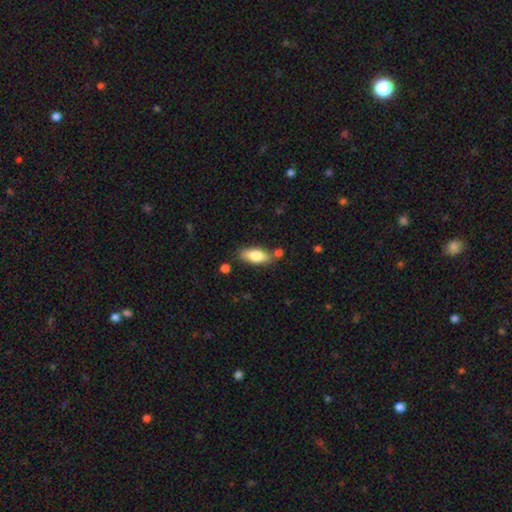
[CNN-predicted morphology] A smooth galaxy with no disk features (77%) that is in between round and cigar-shaped (79%).

Vote fractions:
- Smooth or featured? smooth: 77% / featured or disk: 16% / star or artifact: 6%
- How rounded? in between: 79% / cigar-shaped: 19% / round: 3%
- Merging? none: 77% / minor disturbance: 13% / merger: 7% / major disturbance: 3%